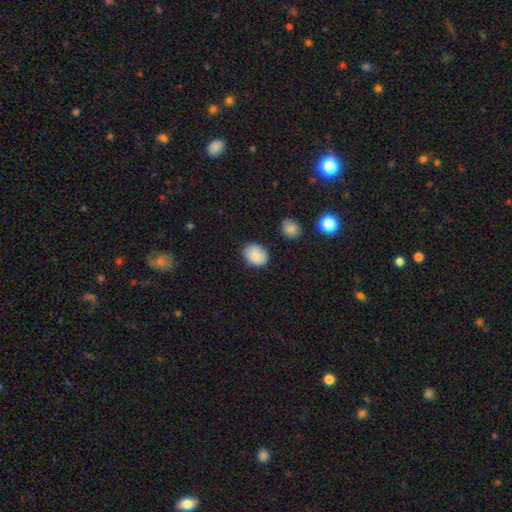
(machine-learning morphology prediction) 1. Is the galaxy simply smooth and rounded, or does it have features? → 86% smooth, 8% star or artifact, 7% featured or disk.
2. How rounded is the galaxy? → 62% in between, 37% round, 1% cigar-shaped.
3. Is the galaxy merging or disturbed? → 78% none, 17% minor disturbance, 3% major disturbance, 2% merger.